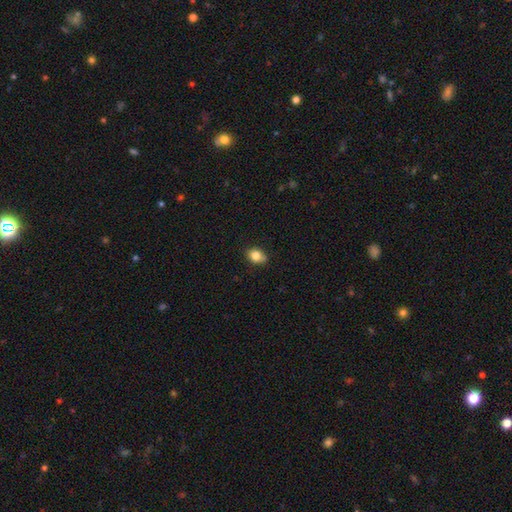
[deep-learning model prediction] Smooth or featured? Predicted: smooth (p=0.83). How rounded? Predicted: in between (p=0.61). Merging? Predicted: none (p=0.74).